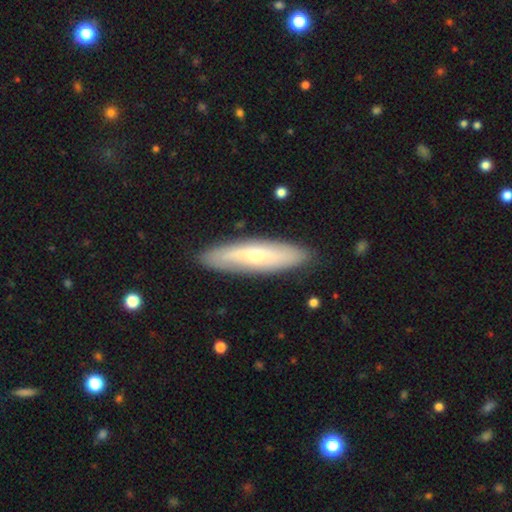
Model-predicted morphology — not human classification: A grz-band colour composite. It shows a featured or disk galaxy (50%) with not edge-on (50%, tied with yes). Merging: none (87%).